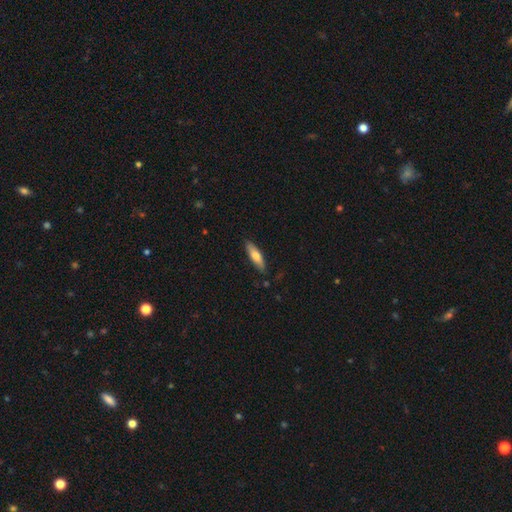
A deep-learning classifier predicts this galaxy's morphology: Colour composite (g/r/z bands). It shows a smooth galaxy with no disk features (65%) that is cigar-shaped (66%). Merging: none (85%).